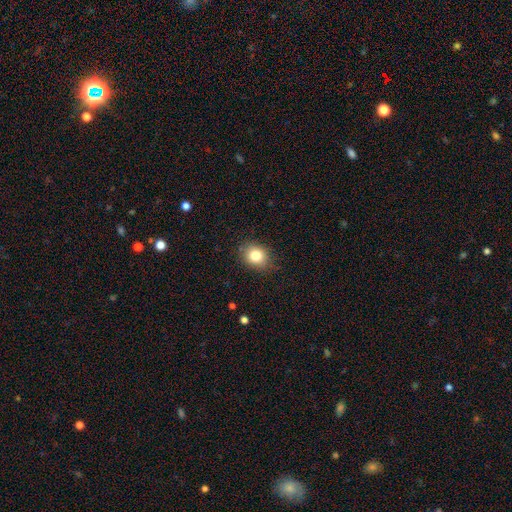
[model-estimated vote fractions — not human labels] Q: Smooth or featured?
A: smooth (82%); runner-up: star or artifact (11%)
Q: How rounded?
A: round (61%); runner-up: in between (38%)
Q: Merging?
A: none (84%); runner-up: minor disturbance (12%)